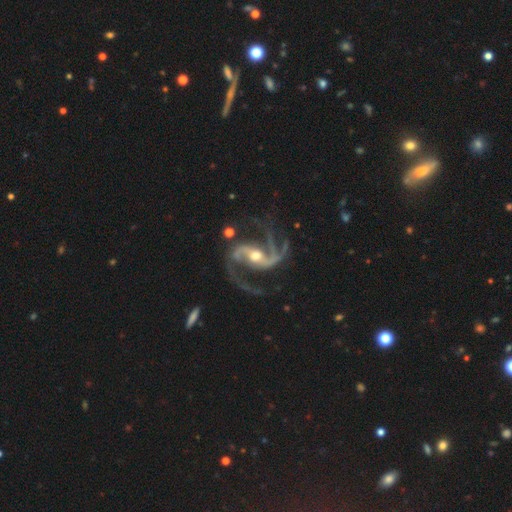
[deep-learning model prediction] The model was most divided on "bar": strong: 38%, weak: 37%, no: 25%. Remaining: spiral arms — yes (99%); edge-on disk — no (98%); smooth or featured — featured or disk (94%); spiral arm count — 2 (81%); bulge size — moderate (68%); merging — none (66%); spiral winding — medium (49%).